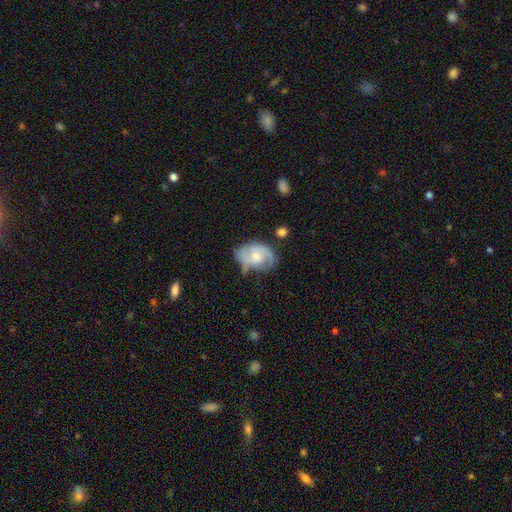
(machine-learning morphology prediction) smooth-or-featured: featured or disk: 63% | smooth: 30% | star or artifact: 7%
  disk-edge-on: no: 97% | yes: 3%
    bar: no: 64% | weak: 31% | strong: 5%
    has-spiral-arms: yes: 84% | no: 16%
      spiral-winding: medium: 45% | tight: 33% | loose: 22%
      spiral-arm-count: 2: 62% | can't tell: 20% | 1: 8% | 3: 7% | 4: 2% | more than 4: 2%
    bulge-size: moderate: 45% | small: 27% | large: 14% | none: 12% | dominant: 2%
  merging: none: 48% | minor disturbance: 30% | major disturbance: 16% | merger: 6%